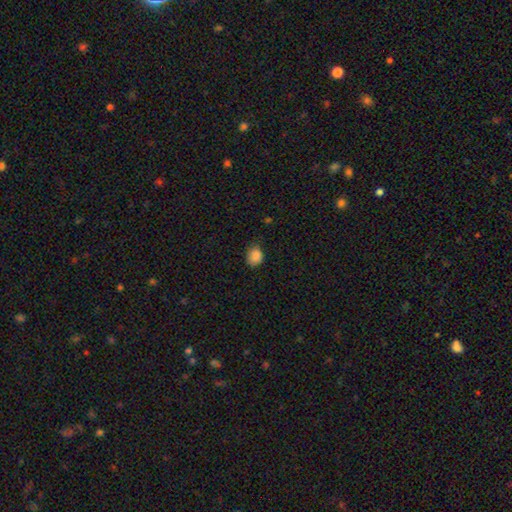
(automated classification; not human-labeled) smooth-or-featured: smooth: 85% | star or artifact: 9% | featured or disk: 5%
  how-rounded: round: 52% | in between: 47% | cigar-shaped: 1%
  merging: none: 67% | minor disturbance: 27% | major disturbance: 4% | merger: 1%